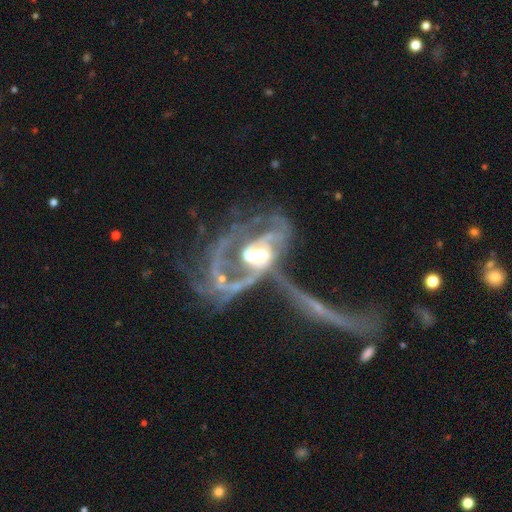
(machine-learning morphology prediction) smooth_or_featured: featured or disk (p=0.86) [alt: star or artifact p=0.08]
disk_edge_on: no (p=0.96) [alt: yes p=0.04]
bar: no (p=0.46) [alt: weak p=0.34]
has_spiral_arms: yes (p=0.84) [alt: no p=0.16]
spiral_winding: medium (p=0.41) [alt: loose p=0.37]
spiral_arm_count: 2 (p=0.36) [alt: can't tell p=0.28]
bulge_size: moderate (p=0.60) [alt: small p=0.18]
merging: major disturbance (p=0.45) [alt: merger p=0.35]